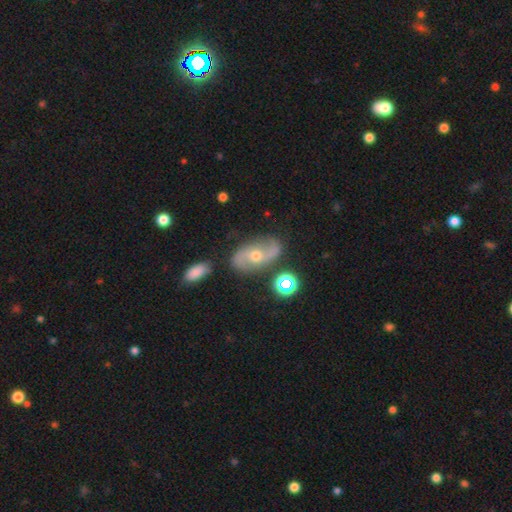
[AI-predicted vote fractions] Morphology: type=featured or disk (80%); edge-on=no (95%); bar=no (58%); spiral arms=yes (92%); winding=loose (64%); arm count=2 (92%); bulge=moderate (60%); merging=none (78%).